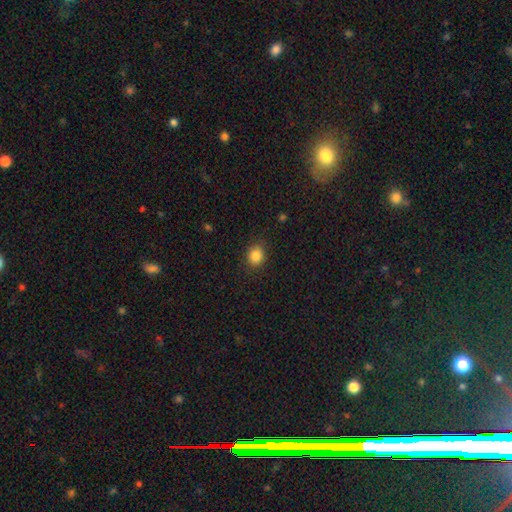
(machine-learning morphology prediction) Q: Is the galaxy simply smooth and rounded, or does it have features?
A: smooth — 85%.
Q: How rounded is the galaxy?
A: round — 64%.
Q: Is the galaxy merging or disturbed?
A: none — 86%.